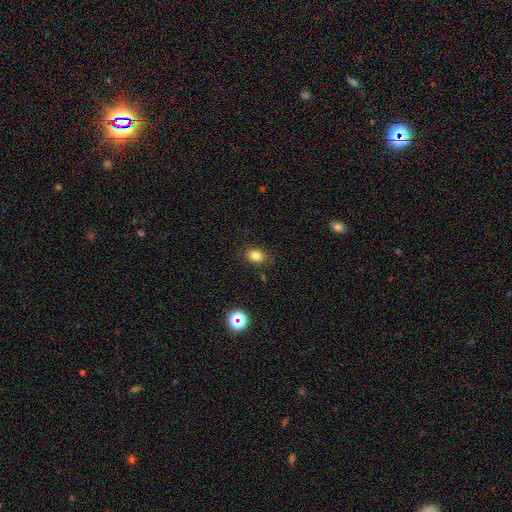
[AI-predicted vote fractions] Smooth or featured?
  - smooth: 82% *
  - star or artifact: 12%
  - featured or disk: 6%
How rounded?
  - in between: 63% *
  - round: 36%
  - cigar-shaped: 1%
Merging?
  - none: 83% *
  - minor disturbance: 12%
  - major disturbance: 3%
  - merger: 2%